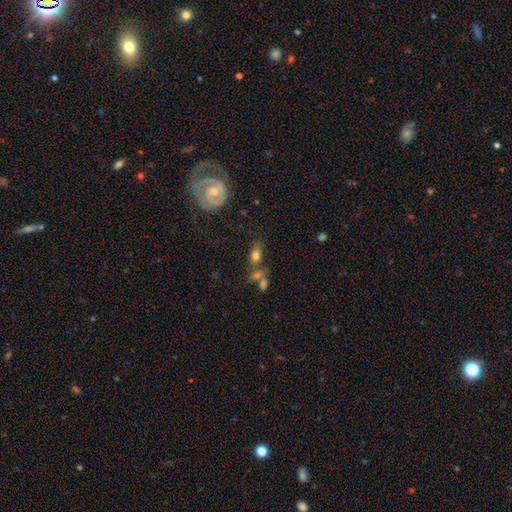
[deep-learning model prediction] The model was most divided on "merging": none: 49%, merger: 27%, minor disturbance: 16%, major disturbance: 9%. More confident: how rounded — in between (75%); smooth or featured — smooth (70%).